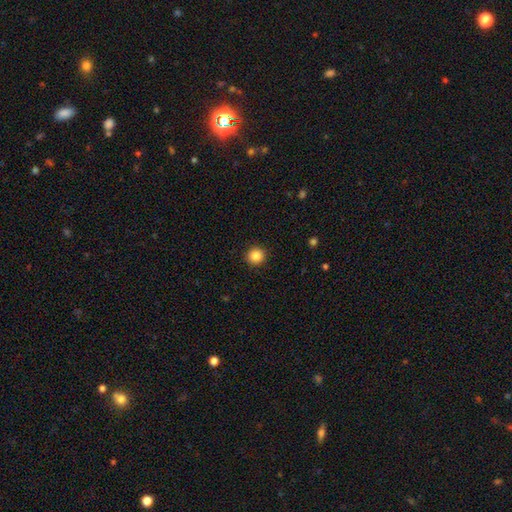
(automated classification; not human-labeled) The model was most divided on "smooth or featured": smooth: 86%, star or artifact: 10%, featured or disk: 4%. More confident: how rounded — round (94%); merging — none (93%).